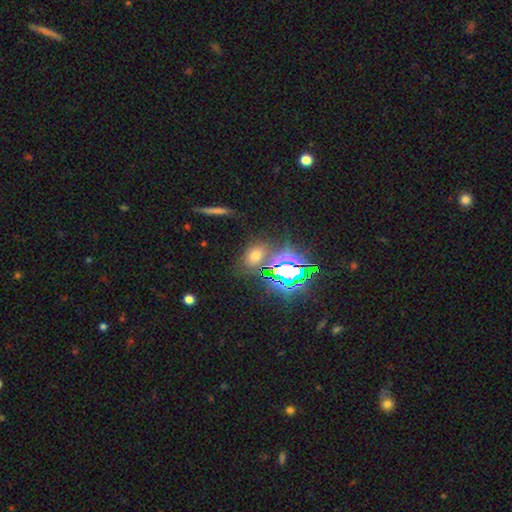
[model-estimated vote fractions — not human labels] This appears to be a smooth galaxy with no disk features (51%) that is in between round and cigar-shaped (71%). Merging: none (75%).